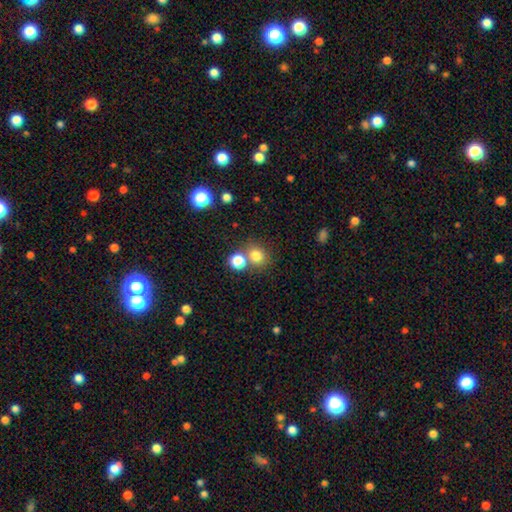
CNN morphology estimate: Smooth or featured? smooth (78%)
How rounded? round (83%)
Merging? none (64%)